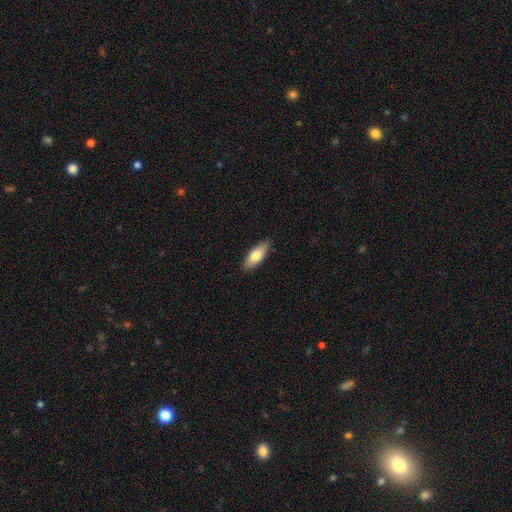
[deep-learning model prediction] smooth-or-featured: smooth: 76% | featured or disk: 19% | star or artifact: 6%
  how-rounded: in between: 71% | cigar-shaped: 27% | round: 2%
  merging: none: 87% | minor disturbance: 10% | major disturbance: 2% | merger: 1%